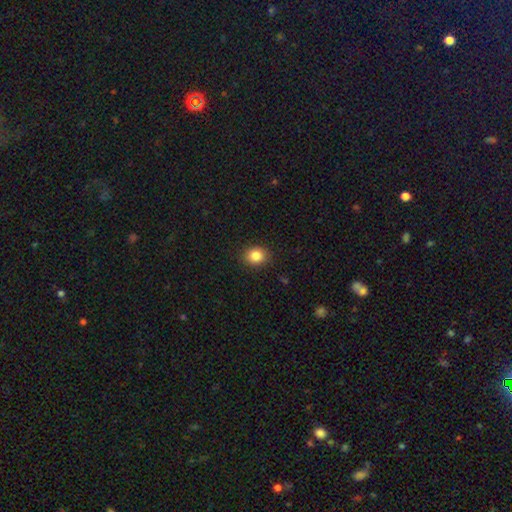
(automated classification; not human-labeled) Overall: smooth (84%). How rounded: round (68%; in between 31%). Merging: none (89%).